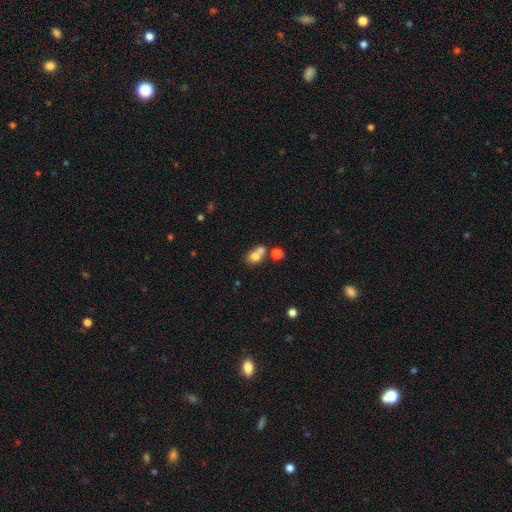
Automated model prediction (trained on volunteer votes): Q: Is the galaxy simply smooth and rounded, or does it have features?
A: smooth — 73%.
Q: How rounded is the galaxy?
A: round — 63%.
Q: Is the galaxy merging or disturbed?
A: merger — 53%.